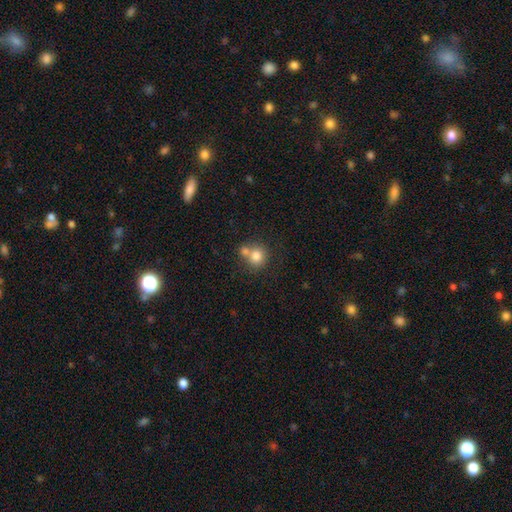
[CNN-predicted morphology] This is likely a smooth galaxy (79%). How rounded: clearly round (84%). Merging: marginally none (45%).